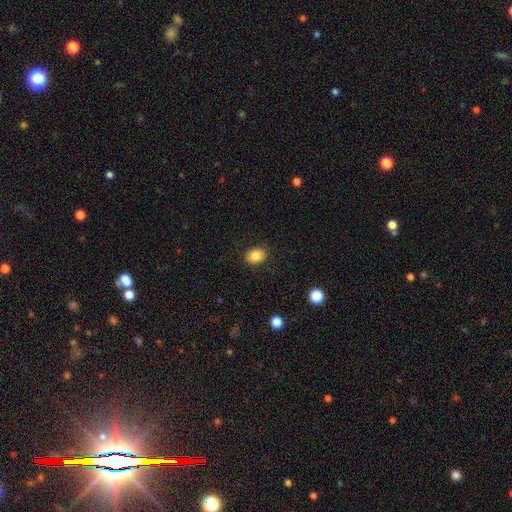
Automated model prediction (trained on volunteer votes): This is clearly a smooth galaxy (84%). How rounded: likely in between (66%). Merging: clearly none (87%).